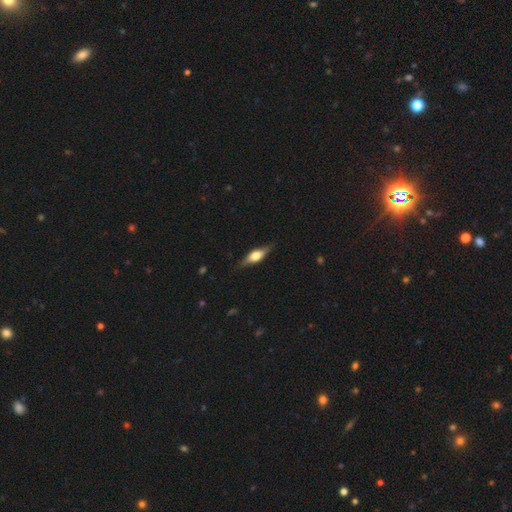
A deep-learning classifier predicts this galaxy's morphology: A featured or disk galaxy (51%) viewed edge-on (90%).

Vote fractions:
- Smooth or featured? featured or disk: 51% / smooth: 43% / star or artifact: 6%
- Edge-on disk? yes: 90% / no: 10%
- Merging? none: 83% / minor disturbance: 14% / major disturbance: 3% / merger: 1%